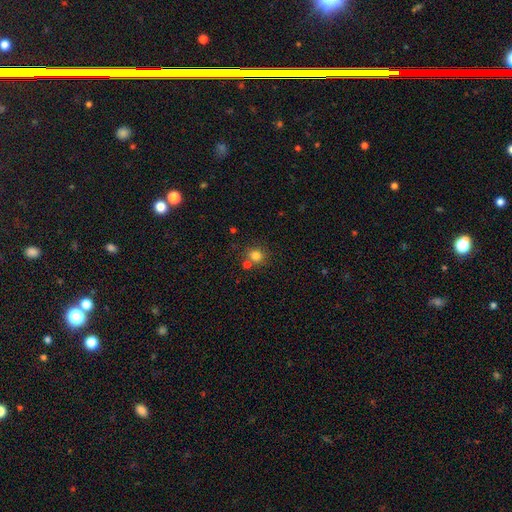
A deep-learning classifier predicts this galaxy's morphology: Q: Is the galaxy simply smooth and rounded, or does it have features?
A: smooth — 80%.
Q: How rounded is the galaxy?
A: round — 82%.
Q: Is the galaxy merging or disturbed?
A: none — 69%.